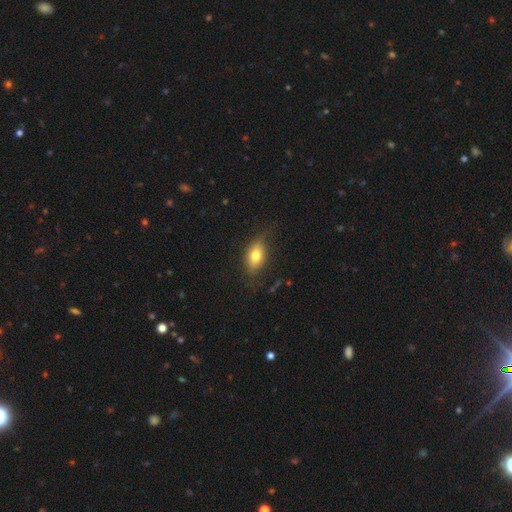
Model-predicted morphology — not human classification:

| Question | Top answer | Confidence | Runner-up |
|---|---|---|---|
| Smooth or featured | smooth | 70% | featured or disk (21%) |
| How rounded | in between | 83% | round (12%) |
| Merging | none | 68% | minor disturbance (23%) |